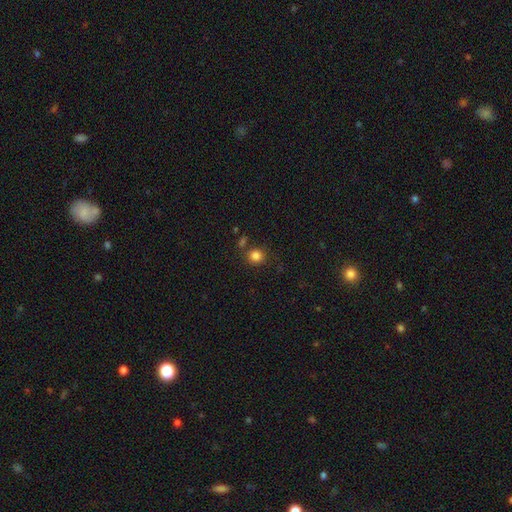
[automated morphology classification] smooth-or-featured: smooth: 83% | star or artifact: 12% | featured or disk: 5%
  how-rounded: round: 86% | in between: 13% | cigar-shaped: 1%
  merging: none: 76% | minor disturbance: 10% | merger: 10% | major disturbance: 4%